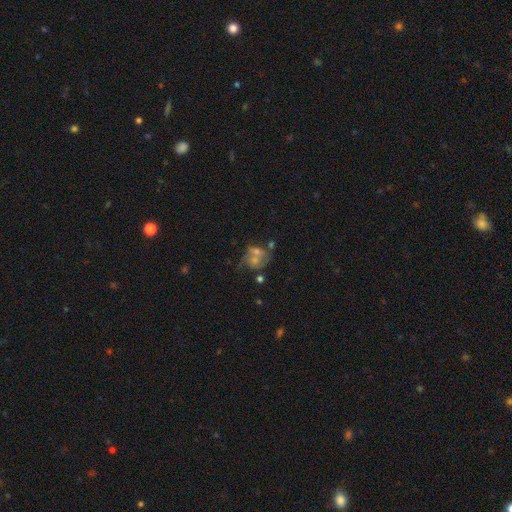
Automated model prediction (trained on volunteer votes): A featured or disk galaxy (48%).

Vote fractions:
- Smooth or featured? featured or disk: 48% / smooth: 39% / star or artifact: 13%
- Merging? merger: 39% / none: 27% / major disturbance: 18% / minor disturbance: 16%